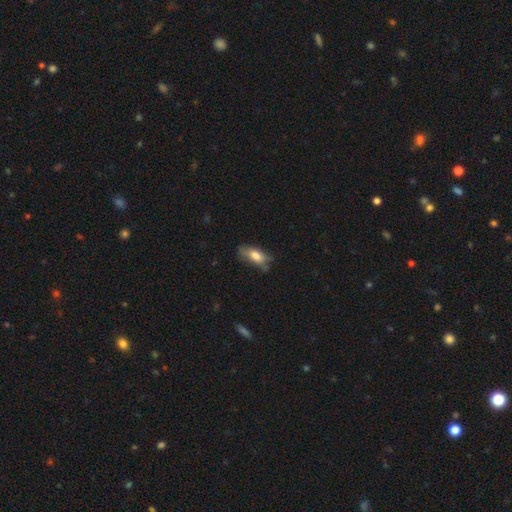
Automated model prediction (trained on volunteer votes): Smooth or featured?
  - smooth: 75% *
  - featured or disk: 17%
  - star or artifact: 7%
How rounded?
  - in between: 82% *
  - cigar-shaped: 15%
  - round: 3%
Merging?
  - none: 55% *
  - minor disturbance: 31%
  - major disturbance: 11%
  - merger: 3%